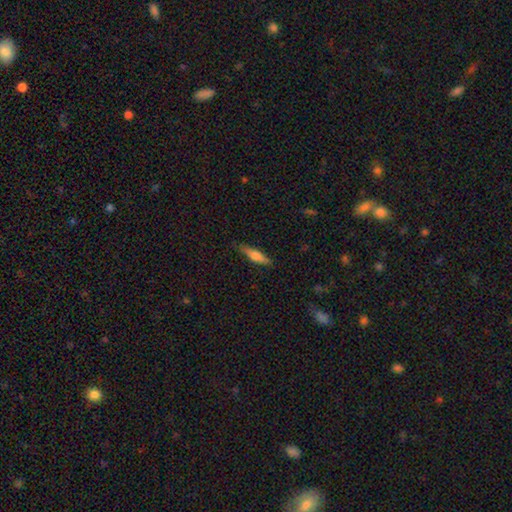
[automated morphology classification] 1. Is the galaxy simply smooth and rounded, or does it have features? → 62% smooth, 31% featured or disk, 7% star or artifact.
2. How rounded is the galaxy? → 74% cigar-shaped, 24% in between, 2% round.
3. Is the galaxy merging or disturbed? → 82% none, 14% minor disturbance, 3% major disturbance, 1% merger.